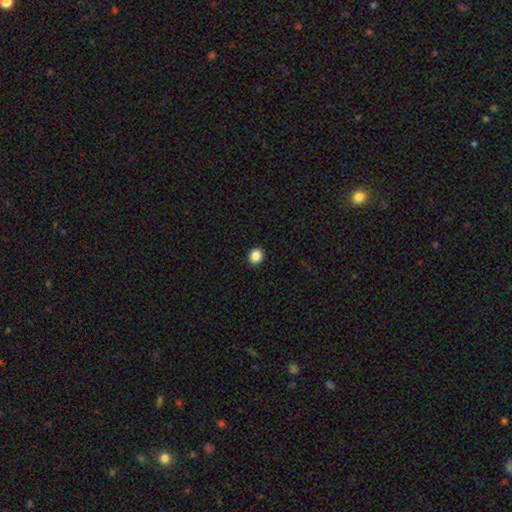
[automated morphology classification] smooth-or-featured: smooth: 86% | star or artifact: 10% | featured or disk: 3%
  how-rounded: round: 85% | in between: 14% | cigar-shaped: 1%
  merging: none: 93% | minor disturbance: 5% | major disturbance: 2% | merger: 1%